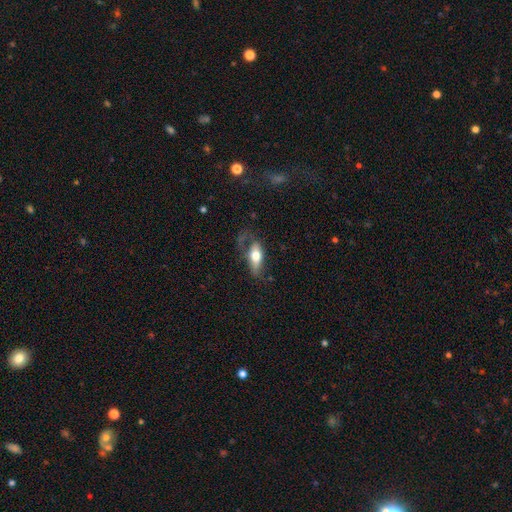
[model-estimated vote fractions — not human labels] smooth 58%, featured or disk 35%, star or artifact 7%. Down the decision tree: how rounded — in between (73%); merging — none (38%).